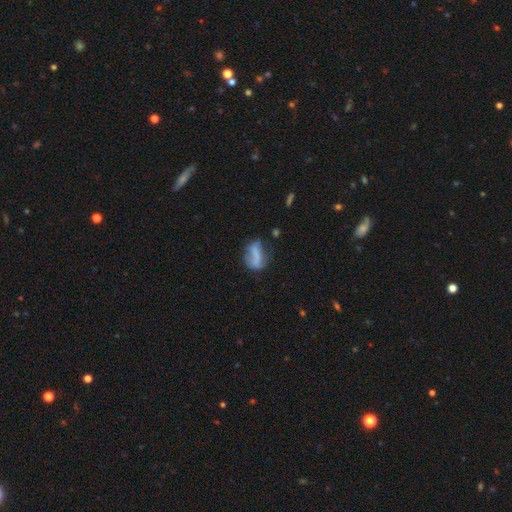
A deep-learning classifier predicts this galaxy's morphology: smooth-or-featured: smooth: 58% | featured or disk: 32% | star or artifact: 10%
  how-rounded: in between: 74% | round: 15% | cigar-shaped: 11%
  merging: none: 44% | minor disturbance: 28% | major disturbance: 21% | merger: 6%